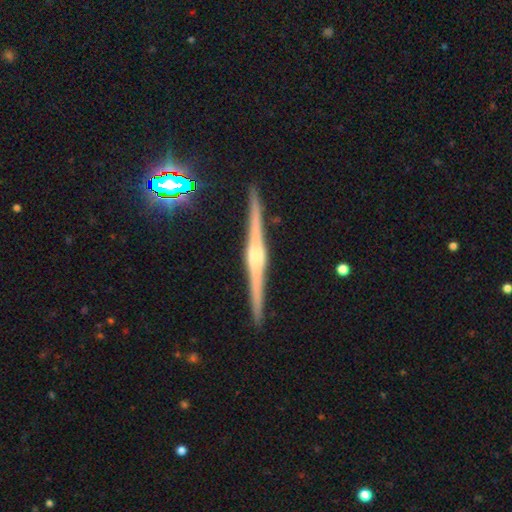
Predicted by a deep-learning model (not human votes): Smooth or featured? Predicted: featured or disk (p=0.85). Edge-on disk? Predicted: yes (p=0.99). Edge-on bulge? Predicted: rounded (p=0.62). Merging? Predicted: none (p=0.92).